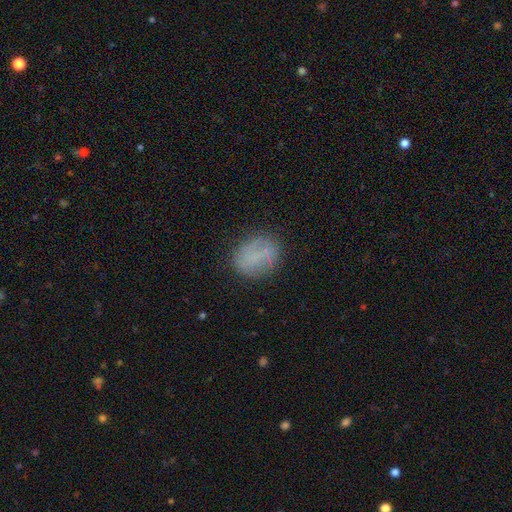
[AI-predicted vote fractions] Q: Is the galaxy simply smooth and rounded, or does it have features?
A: smooth — 62%.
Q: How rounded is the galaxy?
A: round — 52%.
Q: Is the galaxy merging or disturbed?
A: none — 74%.